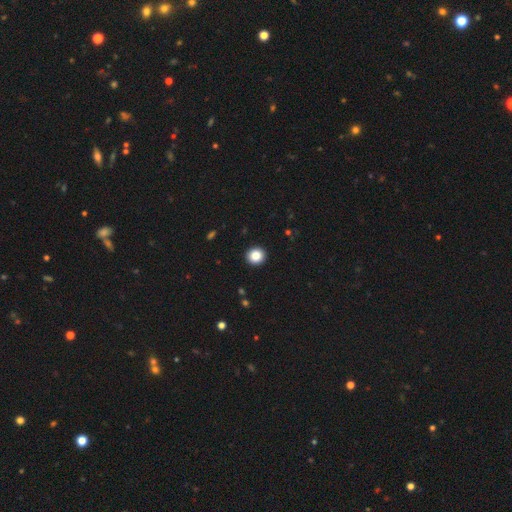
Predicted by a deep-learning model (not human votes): smooth-or-featured: smooth: 87% | star or artifact: 10% | featured or disk: 4%
  how-rounded: round: 93% | in between: 7% | cigar-shaped: 1%
  merging: none: 93% | minor disturbance: 4% | major disturbance: 1% | merger: 1%